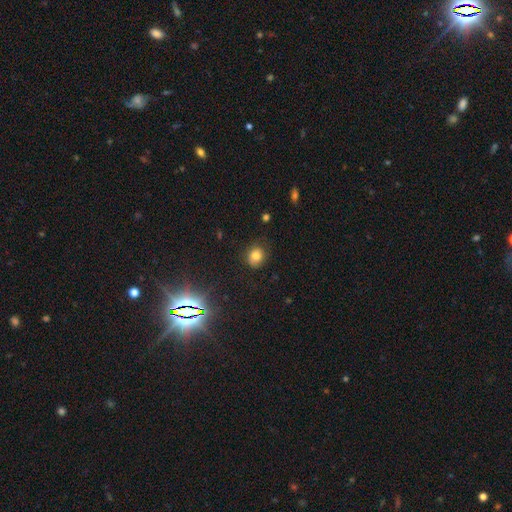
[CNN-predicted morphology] smooth_or_featured: smooth (p=0.77) [alt: star or artifact p=0.15]
how_rounded: round (p=0.70) [alt: in between p=0.29]
merging: none (p=0.80) [alt: minor disturbance p=0.15]